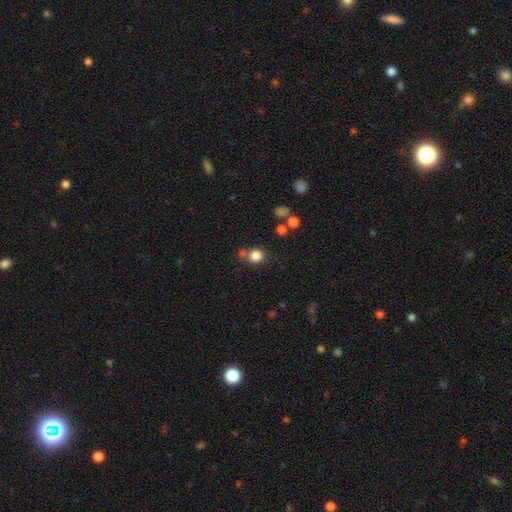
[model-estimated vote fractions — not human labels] This is clearly a smooth galaxy (82%). How rounded: likely round (80%). Merging: likely none (62%).